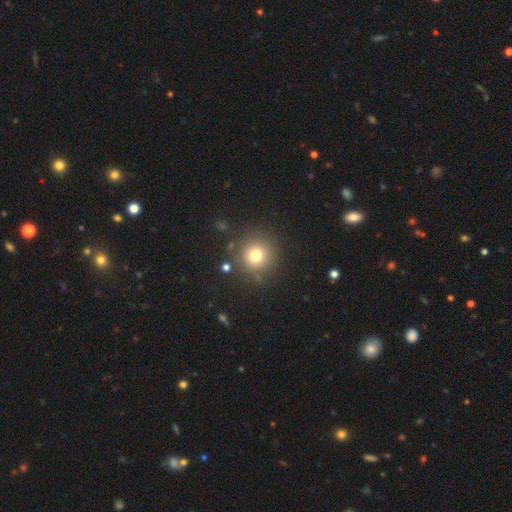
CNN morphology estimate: Smooth or featured?
  - smooth: 76% *
  - star or artifact: 14%
  - featured or disk: 9%
How rounded?
  - round: 94% *
  - in between: 5%
  - cigar-shaped: 1%
Merging?
  - none: 85% *
  - minor disturbance: 8%
  - major disturbance: 4%
  - merger: 3%